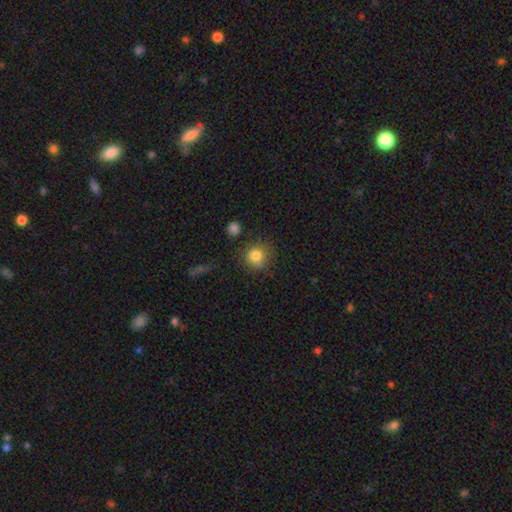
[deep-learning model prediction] smooth 83%, star or artifact 10%, featured or disk 7%. Down the decision tree: how rounded — round (90%); merging — none (79%).